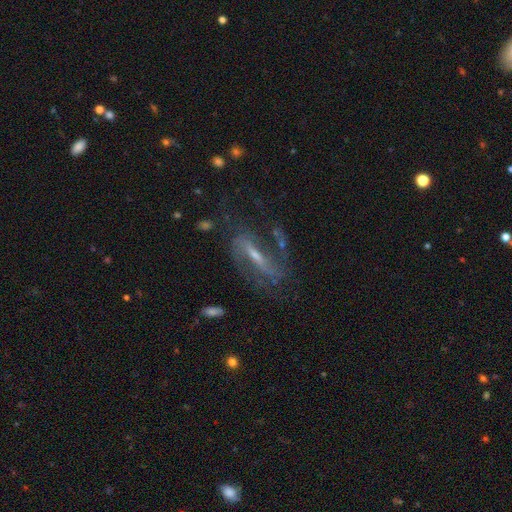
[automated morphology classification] smooth-or-featured: featured or disk: 81% | smooth: 10% | star or artifact: 9%
  disk-edge-on: no: 81% | yes: 19%
    bar: strong: 56% | weak: 30% | no: 14%
    has-spiral-arms: yes: 88% | no: 12%
      spiral-winding: medium: 43% | loose: 35% | tight: 21%
      spiral-arm-count: 2: 76% | can't tell: 13% | 1: 4% | 3: 3% | 4: 2% | more than 4: 2%
    bulge-size: small: 59% | moderate: 31% | none: 6% | large: 3% | dominant: 1%
  merging: none: 58% | major disturbance: 20% | minor disturbance: 18% | merger: 4%